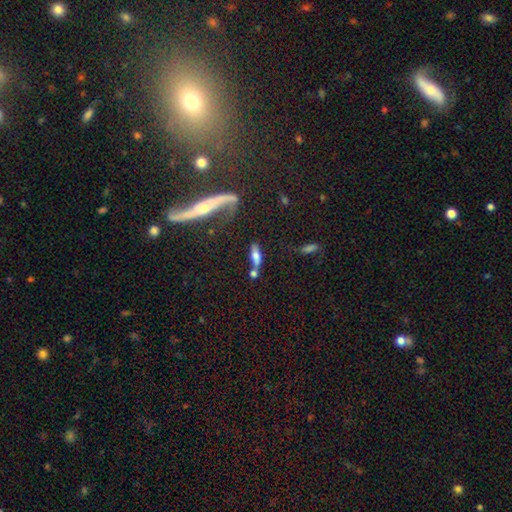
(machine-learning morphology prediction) smooth_or_featured: smooth (p=0.52) [alt: featured or disk p=0.36]
how_rounded: in between (p=0.52) [alt: cigar-shaped p=0.42]
merging: none (p=0.46) [alt: merger p=0.32]